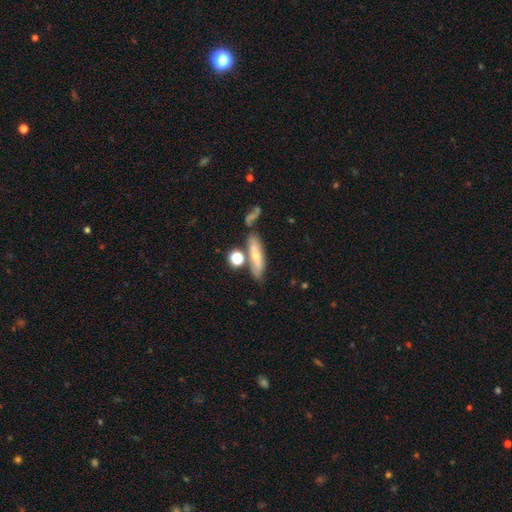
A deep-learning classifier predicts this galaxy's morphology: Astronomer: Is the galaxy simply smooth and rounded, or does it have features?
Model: smooth — 49% (runner-up: featured or disk, 41%).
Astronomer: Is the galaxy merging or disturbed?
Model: none — 63%.